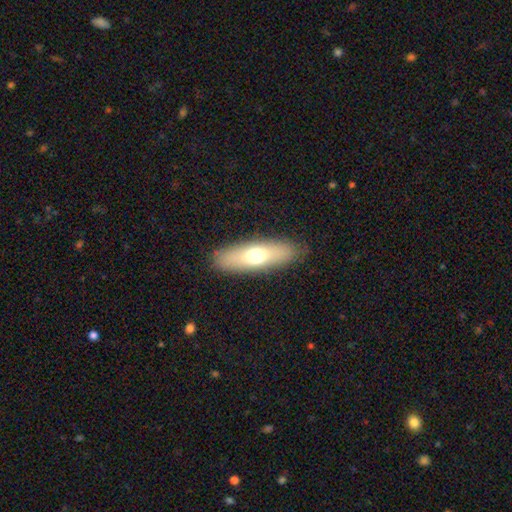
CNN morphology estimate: Smooth or featured? smooth (62%)
How rounded? in between (54%)
Merging? none (87%)